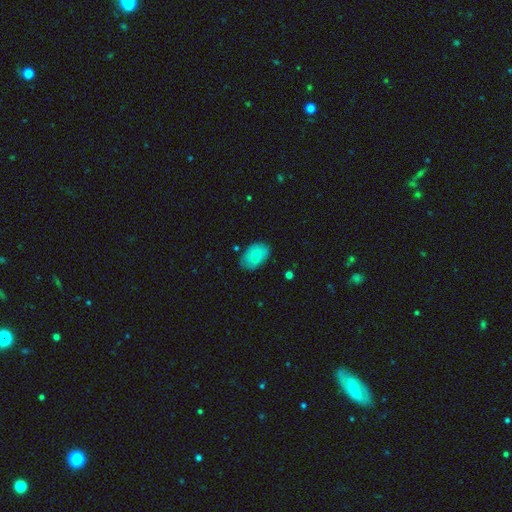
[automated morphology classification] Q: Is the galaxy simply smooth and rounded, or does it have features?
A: smooth — 77%.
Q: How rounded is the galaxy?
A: in between — 90%.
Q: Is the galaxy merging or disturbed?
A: none — 76%.